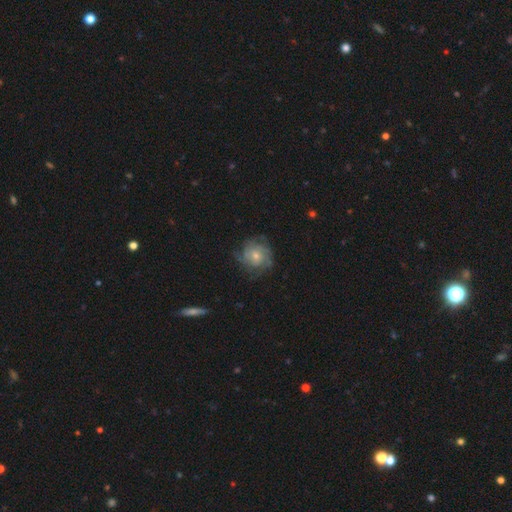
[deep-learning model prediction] The model was most divided on "spiral winding": tight: 53%, medium: 34%, loose: 13%. Remaining: edge-on disk — no (97%); spiral arms — yes (87%); bar — no (79%); merging — none (69%); smooth or featured — featured or disk (68%); bulge size — small (58%); spiral arm count — can't tell (42%).